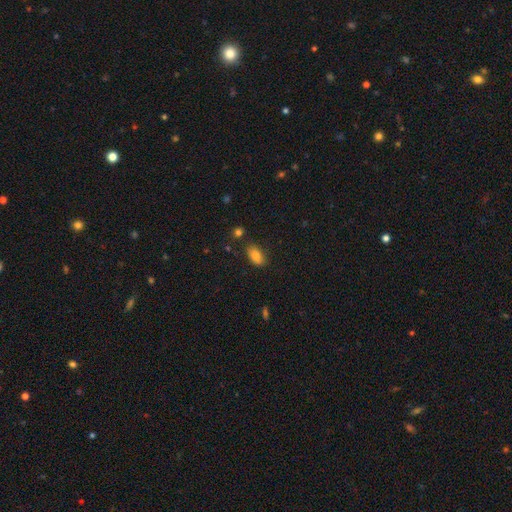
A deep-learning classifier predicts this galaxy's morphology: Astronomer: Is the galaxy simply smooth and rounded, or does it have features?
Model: smooth — 82%.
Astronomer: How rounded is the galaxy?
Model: in between — 91%.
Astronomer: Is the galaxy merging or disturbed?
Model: none — 80%.